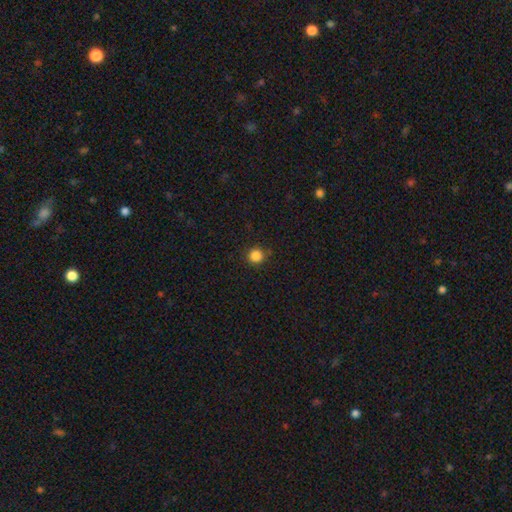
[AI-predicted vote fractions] smooth 84%, star or artifact 12%, featured or disk 4%. Down the decision tree: how rounded — round (93%); merging — none (88%).